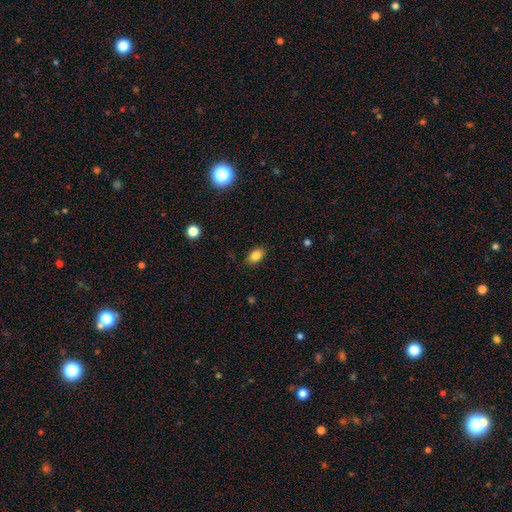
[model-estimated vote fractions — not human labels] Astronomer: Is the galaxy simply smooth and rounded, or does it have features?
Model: smooth — 84%.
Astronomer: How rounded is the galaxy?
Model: in between — 82%.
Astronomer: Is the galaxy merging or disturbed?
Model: none — 86%.